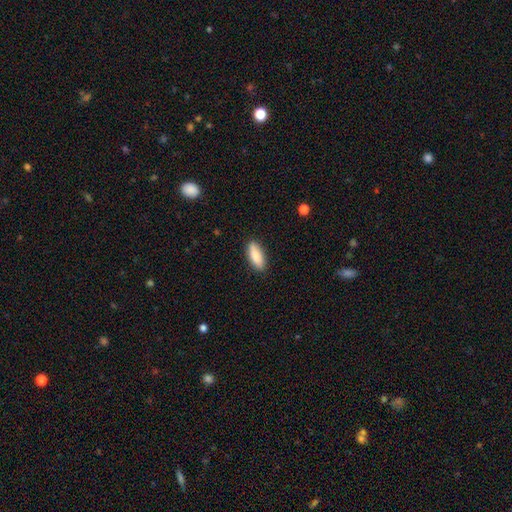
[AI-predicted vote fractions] A smooth galaxy with no disk features (84%) that is in between round and cigar-shaped (70%). Merging: none (87%).